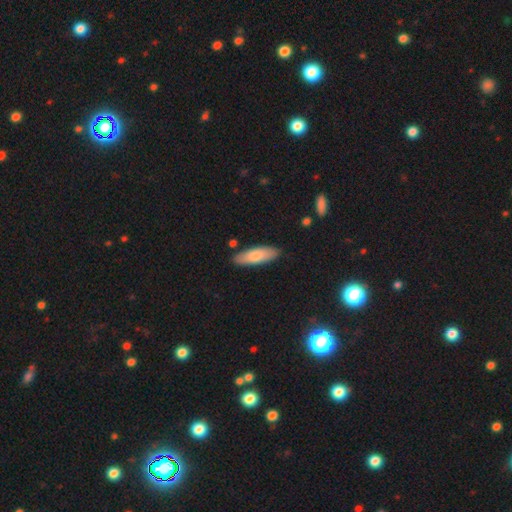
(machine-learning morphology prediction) This is likely a smooth galaxy (78%). How rounded: possibly in between (57%). Merging: clearly none (85%).